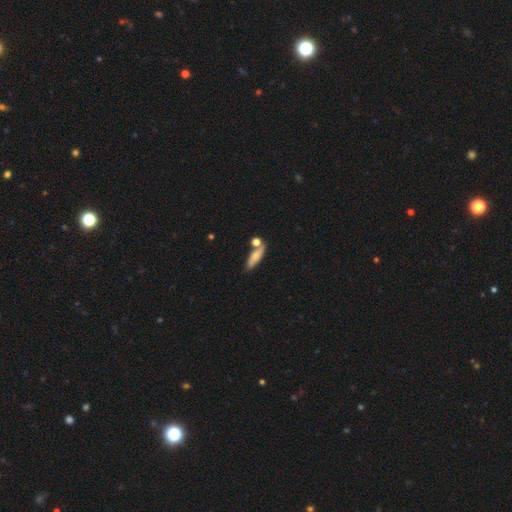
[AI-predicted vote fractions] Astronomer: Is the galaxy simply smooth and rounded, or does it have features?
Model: smooth — 72%.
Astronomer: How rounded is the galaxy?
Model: cigar-shaped — 48% (runner-up: in between, 47%).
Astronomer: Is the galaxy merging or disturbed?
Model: none — 57%.